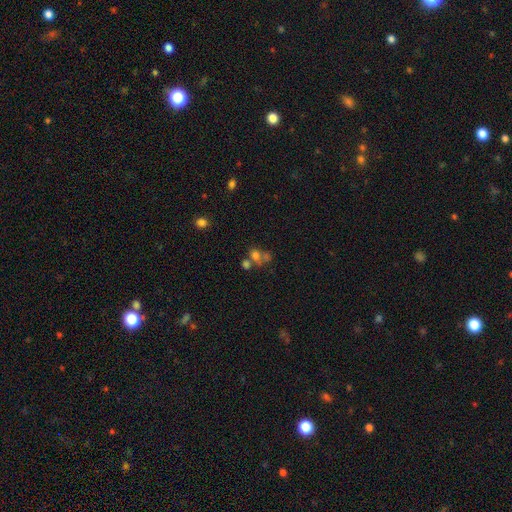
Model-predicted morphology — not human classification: Smooth or featured? smooth (64%)
How rounded? round (60%)
Merging? merger (48%)